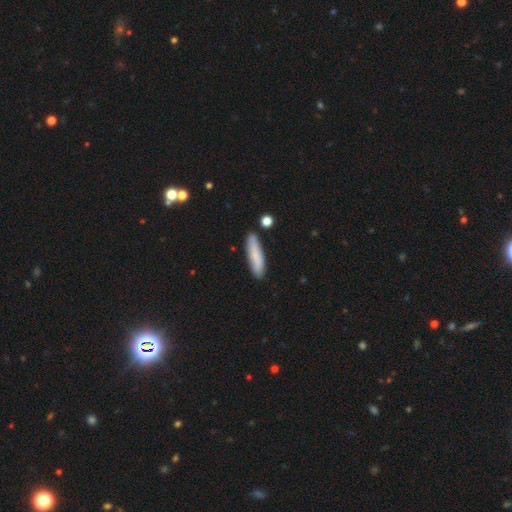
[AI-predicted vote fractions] A smooth galaxy with no disk features (79%) that is cigar-shaped (76%). Merging: none (84%).